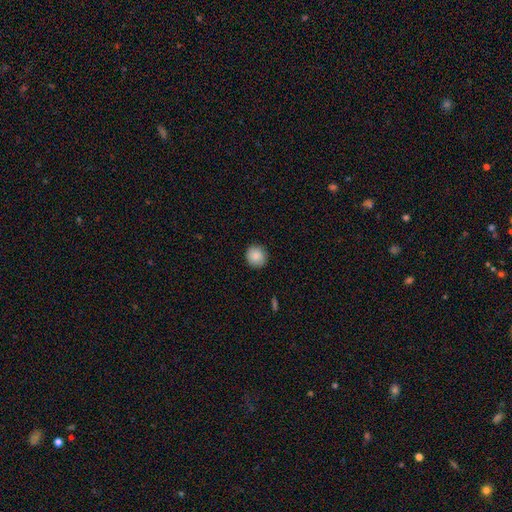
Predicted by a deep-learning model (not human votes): Smooth or featured?
  - smooth: 87% *
  - star or artifact: 8%
  - featured or disk: 5%
How rounded?
  - round: 91% *
  - in between: 8%
  - cigar-shaped: 1%
Merging?
  - none: 89% *
  - minor disturbance: 9%
  - major disturbance: 2%
  - merger: 1%